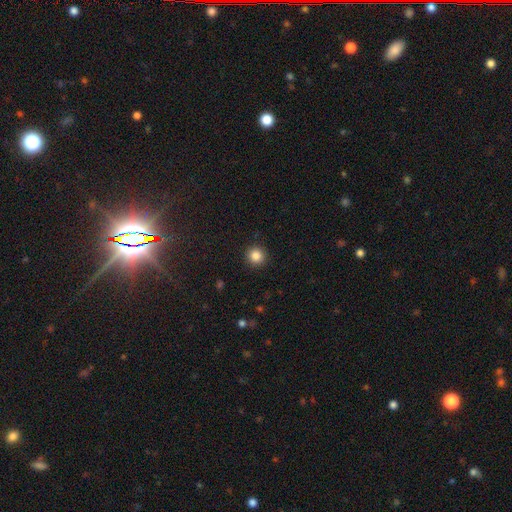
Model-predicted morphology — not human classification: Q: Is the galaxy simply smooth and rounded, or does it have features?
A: smooth — 85%.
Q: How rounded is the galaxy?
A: round — 95%.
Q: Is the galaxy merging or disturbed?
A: none — 92%.